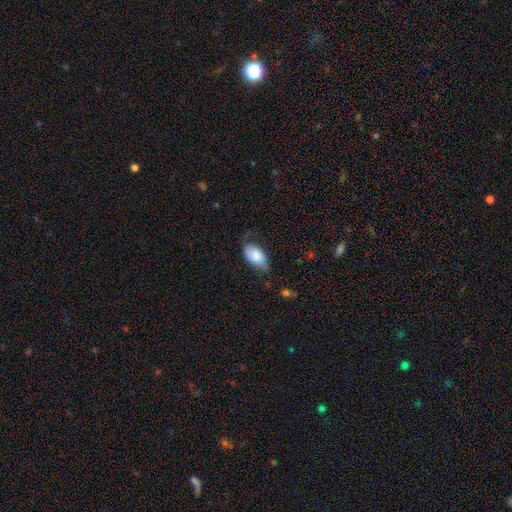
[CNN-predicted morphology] A smooth galaxy with no disk features (64%) that is in between round and cigar-shaped (94%).

Vote fractions:
- Smooth or featured? smooth: 64% / featured or disk: 28% / star or artifact: 7%
- How rounded? in between: 94% / round: 4% / cigar-shaped: 2%
- Merging? none: 42% / minor disturbance: 34% / major disturbance: 23% / merger: 2%